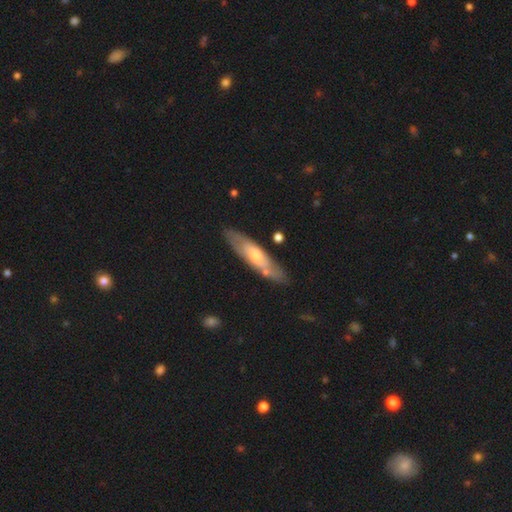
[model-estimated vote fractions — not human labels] smooth_or_featured: featured or disk (p=0.53) [alt: smooth p=0.42]
disk_edge_on: no (p=0.52) [alt: yes p=0.48]
merging: none (p=0.79) [alt: minor disturbance p=0.14]